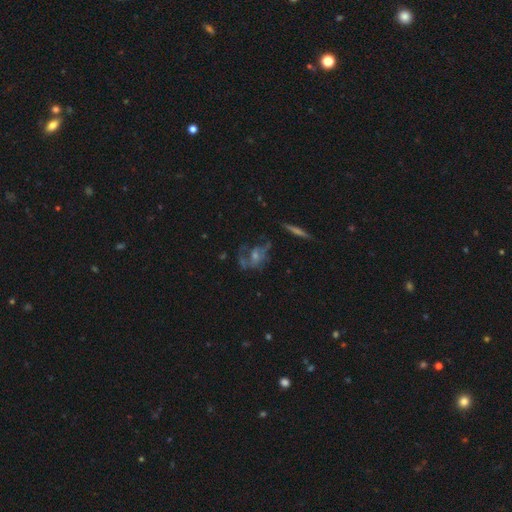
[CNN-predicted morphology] smooth-or-featured: featured or disk: 63% | smooth: 20% | star or artifact: 17%
  disk-edge-on: no: 92% | yes: 8%
    bar: no: 68% | weak: 25% | strong: 7%
    has-spiral-arms: yes: 57% | no: 43%
    bulge-size: small: 51% | moderate: 35% | none: 10% | large: 3% | dominant: 1%
  merging: none: 48% | major disturbance: 27% | minor disturbance: 19% | merger: 6%